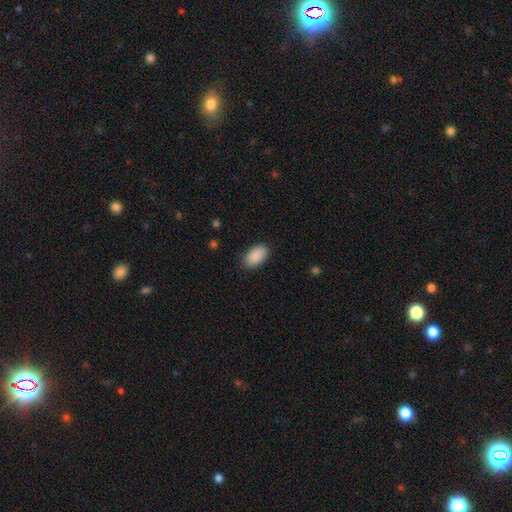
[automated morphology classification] A smooth galaxy with no disk features (91%) that is in between round and cigar-shaped (95%).

Vote fractions:
- Smooth or featured? smooth: 91% / star or artifact: 6% / featured or disk: 3%
- How rounded? in between: 95% / round: 4% / cigar-shaped: 1%
- Merging? none: 87% / minor disturbance: 9% / major disturbance: 2% / merger: 1%